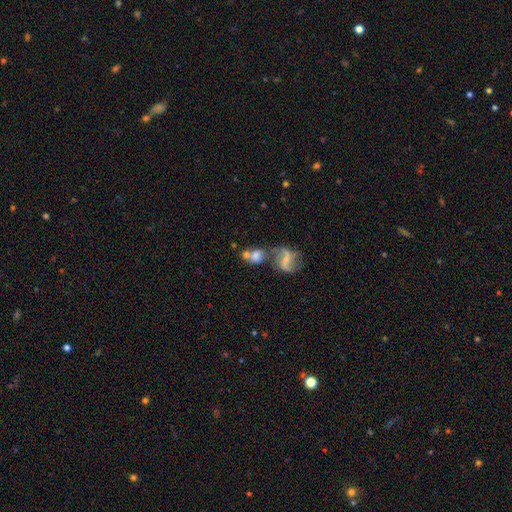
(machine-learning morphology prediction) Overall: smooth (53%; featured or disk 37%). How rounded: round (53%; in between 44%). Merging: merger (55%; none 28%).